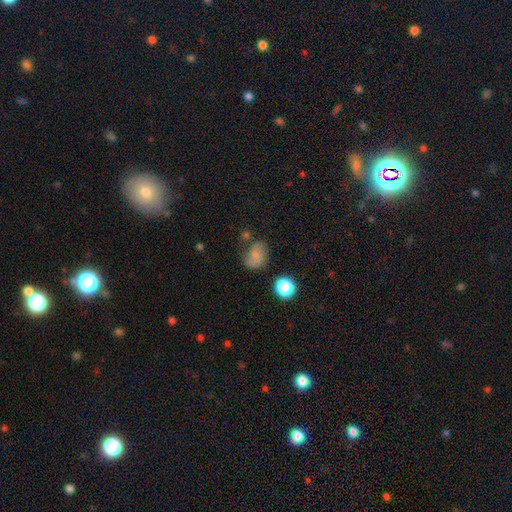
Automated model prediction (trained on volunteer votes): Smooth or featured? smooth (60%)
How rounded? in between (56%)
Merging? none (51%)